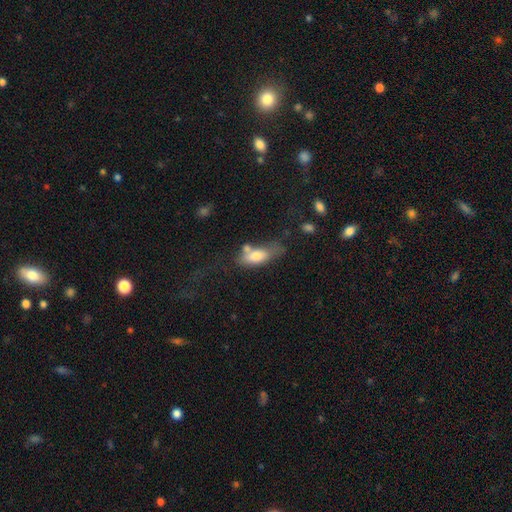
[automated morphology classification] type=smooth (72%); roundness=in between (77%); merging=none (35%).